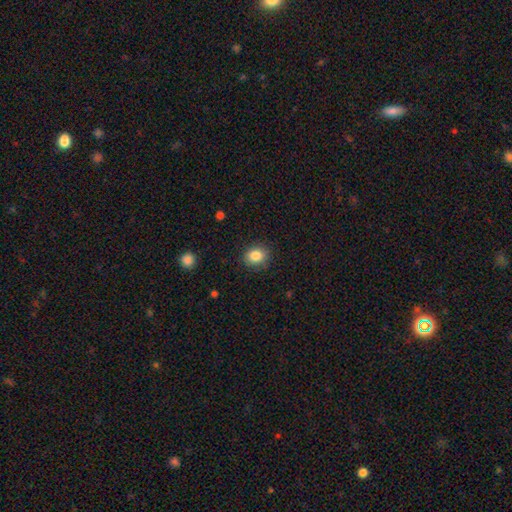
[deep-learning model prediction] smooth 84%, star or artifact 10%, featured or disk 6%. Down the decision tree: how rounded — round (62%); merging — none (87%).